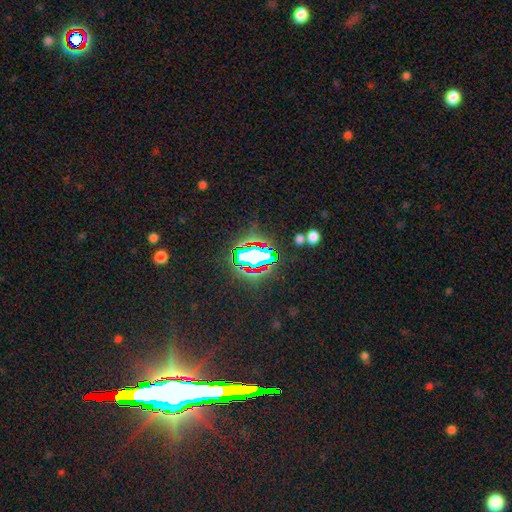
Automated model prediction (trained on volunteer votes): Smooth or featured?
  - star or artifact: 69% *
  - smooth: 18%
  - featured or disk: 13%